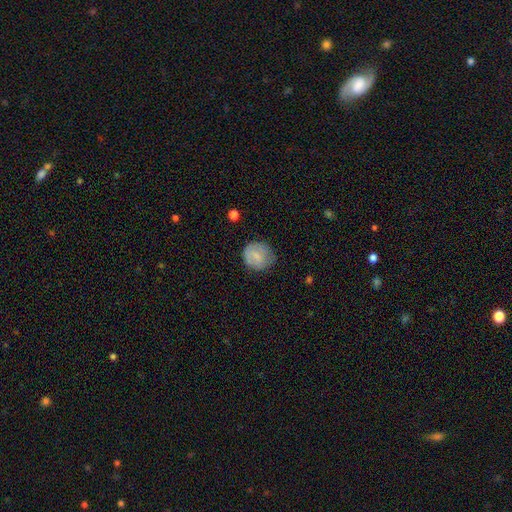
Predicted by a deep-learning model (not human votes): Q: Smooth or featured?
A: smooth (73%); runner-up: featured or disk (19%)
Q: How rounded?
A: round (81%); runner-up: in between (18%)
Q: Merging?
A: none (64%); runner-up: minor disturbance (26%)